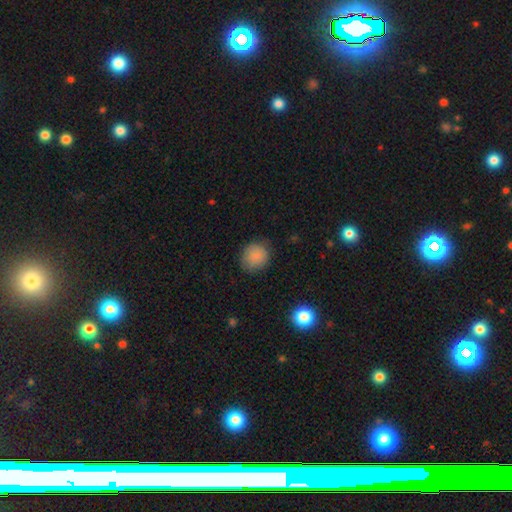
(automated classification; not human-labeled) The model was most divided on "how rounded": round: 82%, in between: 17%, cigar-shaped: 1%. More confident: smooth or featured — smooth (87%); merging — none (82%).